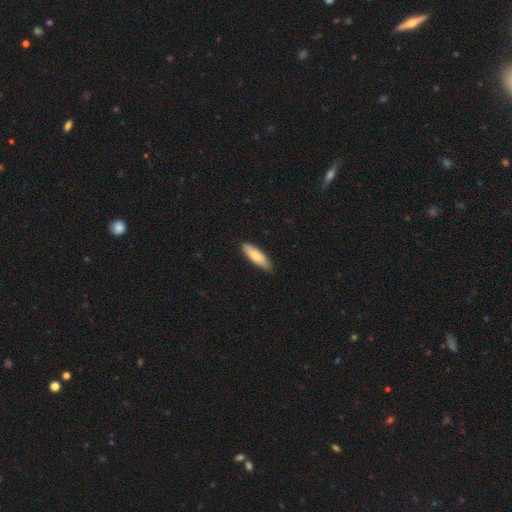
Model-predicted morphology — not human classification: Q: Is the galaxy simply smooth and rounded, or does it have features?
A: smooth — 74%.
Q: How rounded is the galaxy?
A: in between — 54%.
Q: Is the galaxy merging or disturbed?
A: none — 82%.